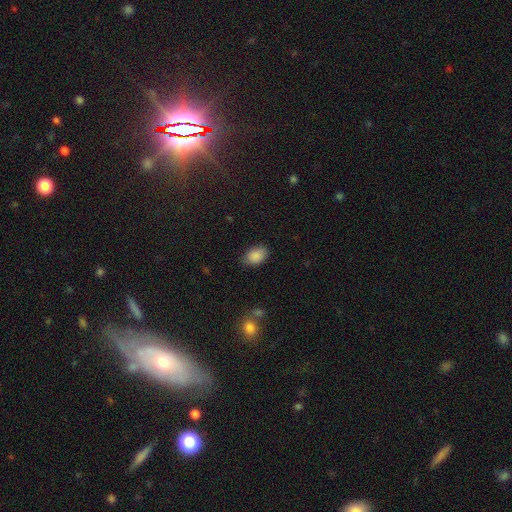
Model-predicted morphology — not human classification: A smooth galaxy with no disk features (88%) that is in between round and cigar-shaped (84%).

Vote fractions:
- Smooth or featured? smooth: 88% / star or artifact: 8% / featured or disk: 4%
- How rounded? in between: 84% / round: 15% / cigar-shaped: 1%
- Merging? none: 80% / minor disturbance: 16% / major disturbance: 3% / merger: 1%